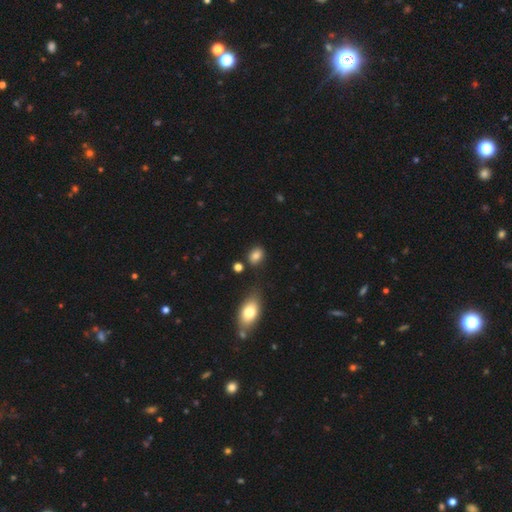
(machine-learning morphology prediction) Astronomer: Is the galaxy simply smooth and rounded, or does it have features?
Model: smooth — 84%.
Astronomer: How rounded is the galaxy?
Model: in between — 67%.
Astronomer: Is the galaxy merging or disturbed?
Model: none — 78%.